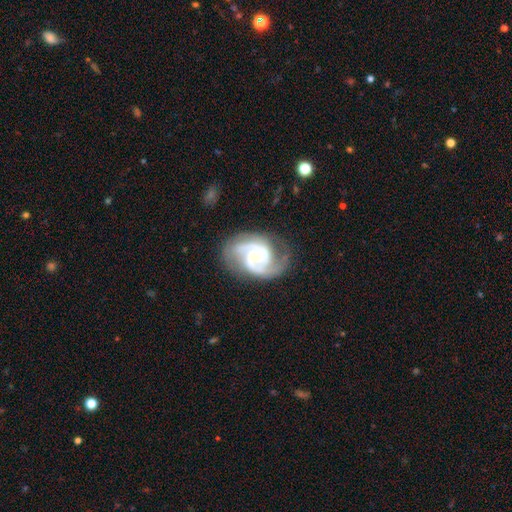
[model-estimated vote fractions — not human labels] This appears to be a featured or disk galaxy (90%) with no bar (60%), 2 (69%) medium (47%) spiral arms (97%) and a small central bulge (52%). Merging: none (66%).